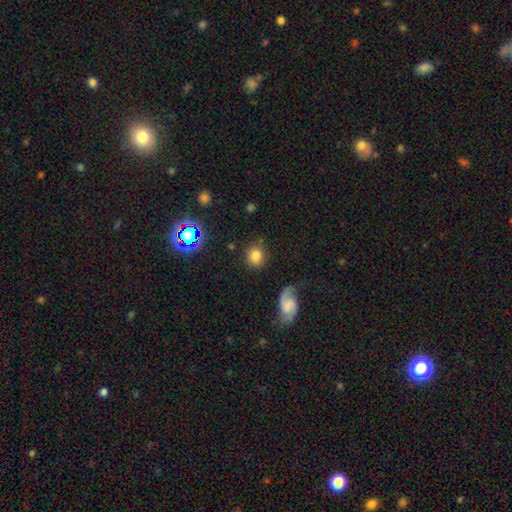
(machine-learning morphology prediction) Q: Smooth or featured?
A: smooth (76%); runner-up: star or artifact (12%)
Q: How rounded?
A: round (76%); runner-up: in between (23%)
Q: Merging?
A: none (79%); runner-up: minor disturbance (13%)